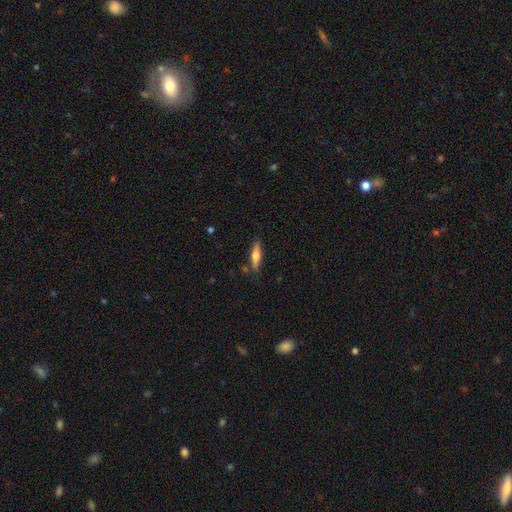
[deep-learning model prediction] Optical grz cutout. It shows a smooth galaxy with no disk features (53%) that is cigar-shaped (73%). Merging: none (83%).